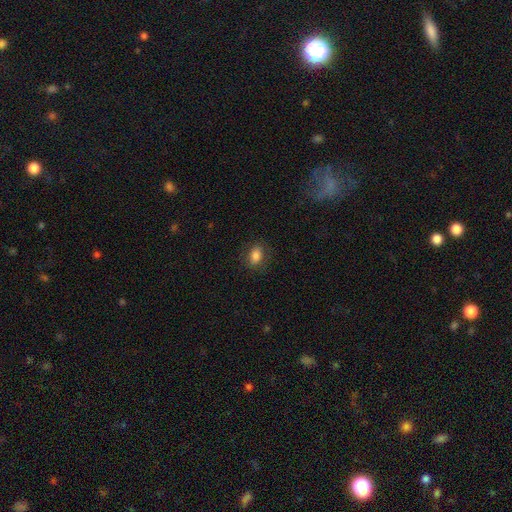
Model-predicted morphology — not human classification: This is clearly a smooth galaxy (82%). How rounded: clearly in between (80%). Merging: clearly none (83%).